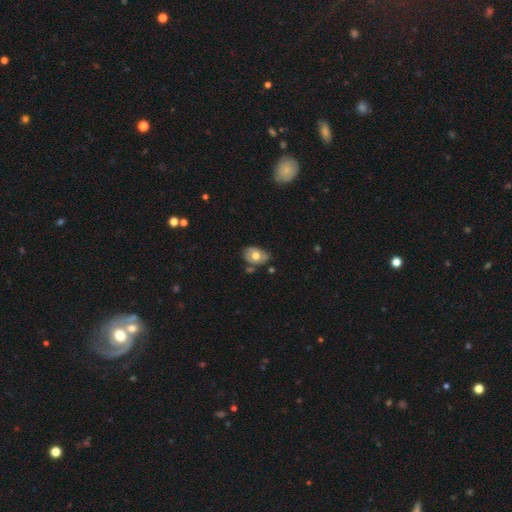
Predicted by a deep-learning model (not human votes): Smooth or featured?
  - smooth: 63% *
  - featured or disk: 30%
  - star or artifact: 7%
How rounded?
  - in between: 79% *
  - round: 20%
  - cigar-shaped: 1%
Merging?
  - none: 62% *
  - minor disturbance: 24%
  - merger: 9%
  - major disturbance: 5%